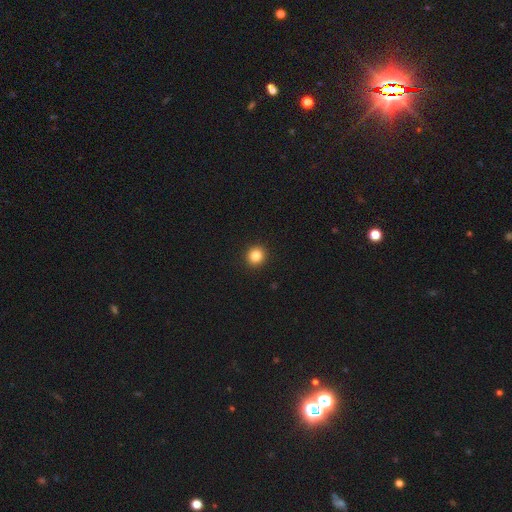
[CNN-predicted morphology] A smooth galaxy with no disk features (84%) that is round (92%). Merging: none (93%).